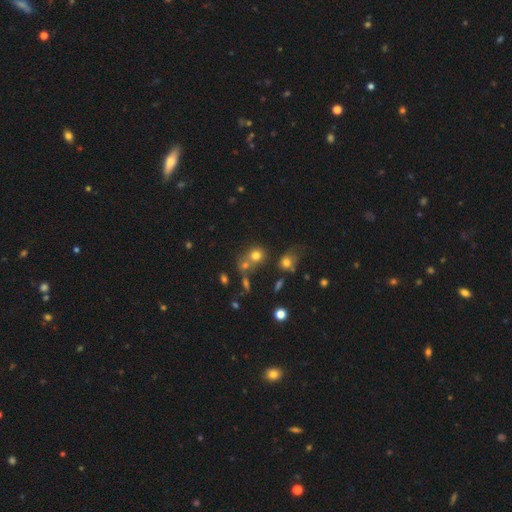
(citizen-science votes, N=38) Smooth or featured? smooth (79%)
How rounded? round (90%)
Merging? none (71%)